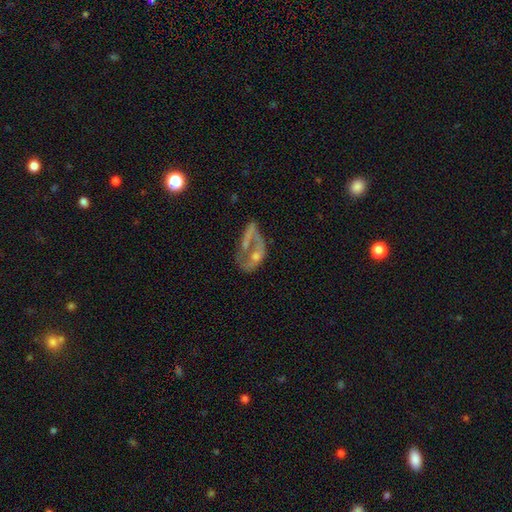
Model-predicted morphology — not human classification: type=featured or disk (59%); edge-on=no (95%); bar=no (84%); spiral arms=no (76%); bulge=none (33%); merging=major disturbance (44%).